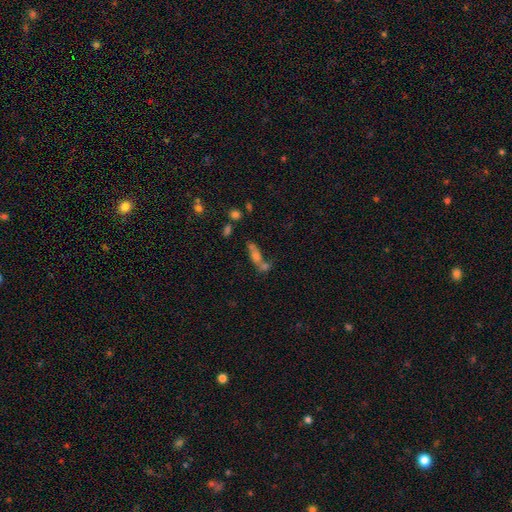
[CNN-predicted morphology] This is possibly a smooth galaxy (48%). Merging: possibly merger (48%).